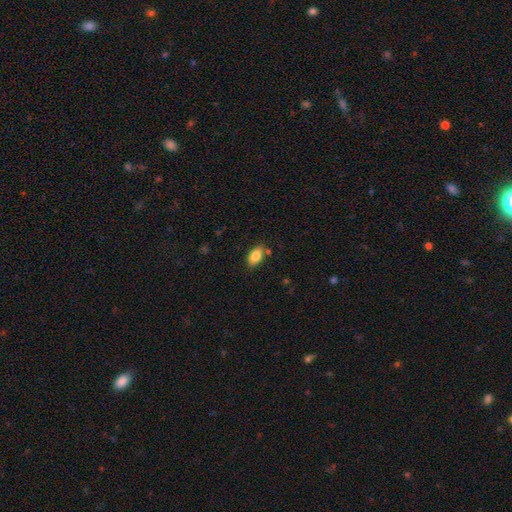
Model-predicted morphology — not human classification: Smooth or featured: smooth — 83% (featured or disk — 10%)
How rounded: in between — 91% (round — 5%)
Merging: none — 80% (minor disturbance — 13%)